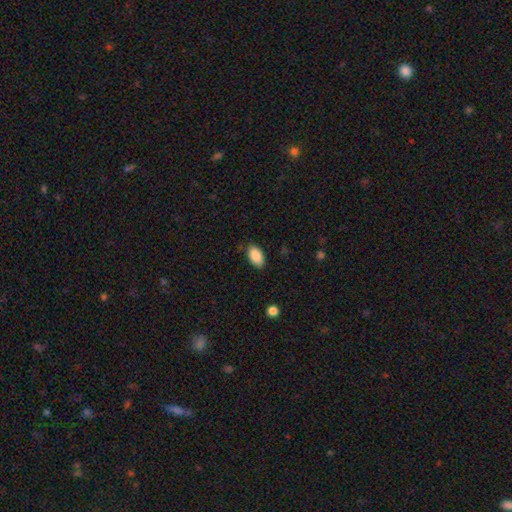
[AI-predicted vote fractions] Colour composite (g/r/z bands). It shows a smooth galaxy with no disk features (90%) that is in between round and cigar-shaped (94%). Merging: none (86%).